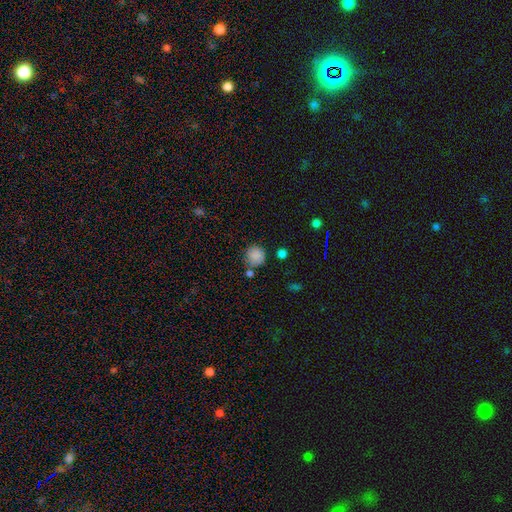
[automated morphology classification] smooth_or_featured: smooth (p=0.85) [alt: star or artifact p=0.10]
how_rounded: round (p=0.89) [alt: in between p=0.10]
merging: none (p=0.71) [alt: minor disturbance p=0.14]